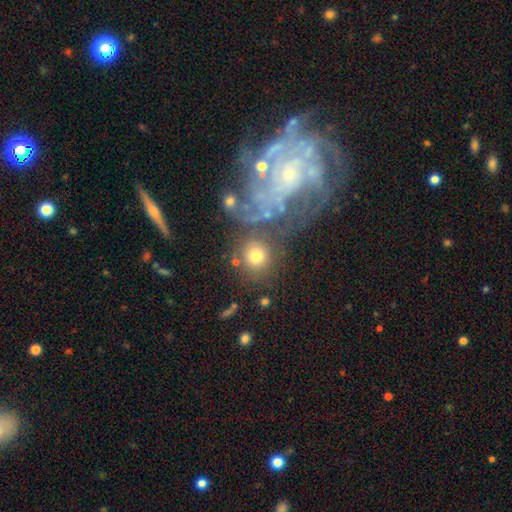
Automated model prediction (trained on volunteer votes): Smooth or featured: smooth — 67% (featured or disk — 20%)
How rounded: round — 87% (in between — 12%)
Merging: none — 63% (merger — 14%)